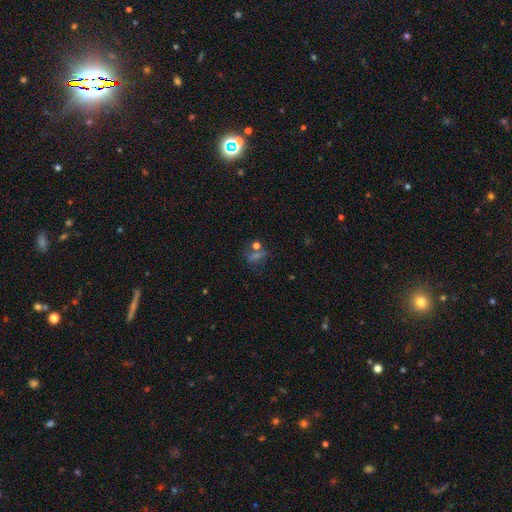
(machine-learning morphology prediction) smooth-or-featured: star or artifact: 45% | smooth: 35% | featured or disk: 20%